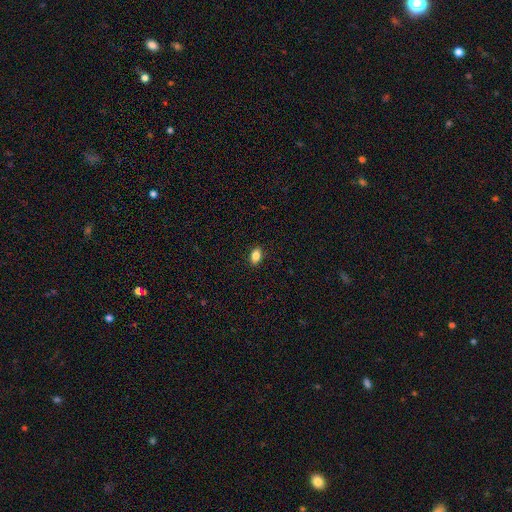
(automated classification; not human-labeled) Morphology: type=smooth (83%); roundness=in between (85%); merging=none (89%).